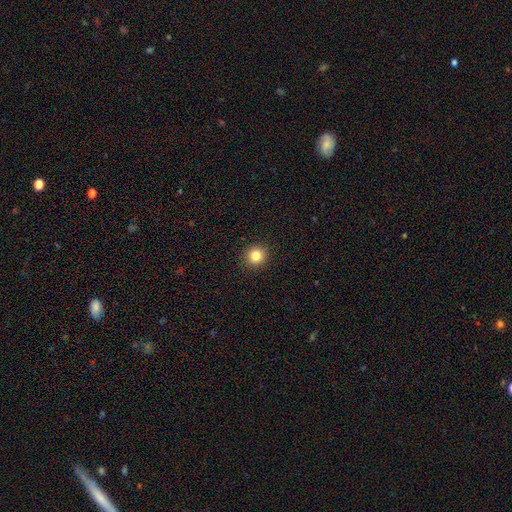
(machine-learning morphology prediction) type=smooth (83%); roundness=round (89%); merging=none (92%).